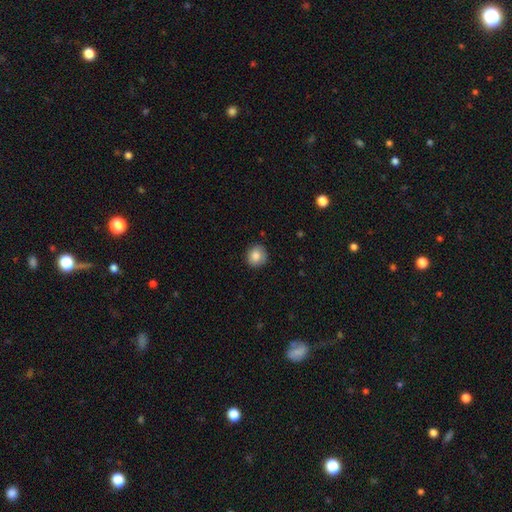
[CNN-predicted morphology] This is clearly a smooth galaxy (83%). How rounded: clearly round (84%). Merging: clearly none (83%).